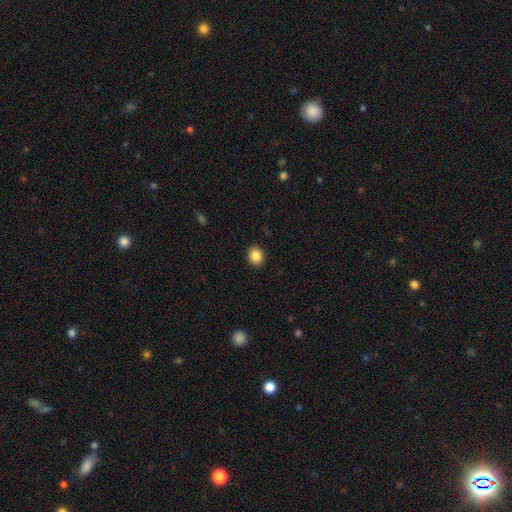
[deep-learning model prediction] The model was most divided on "how rounded": round: 68%, in between: 31%, cigar-shaped: 1%. More confident: merging — none (92%); smooth or featured — smooth (86%).